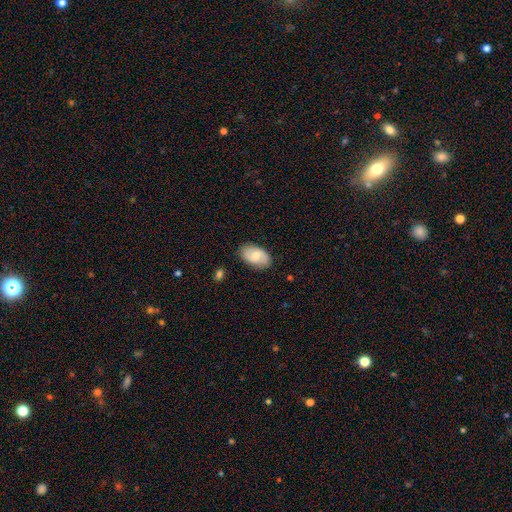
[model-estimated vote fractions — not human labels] Smooth or featured: smooth — 49% (featured or disk — 45%)
Merging: none — 83% (minor disturbance — 13%)